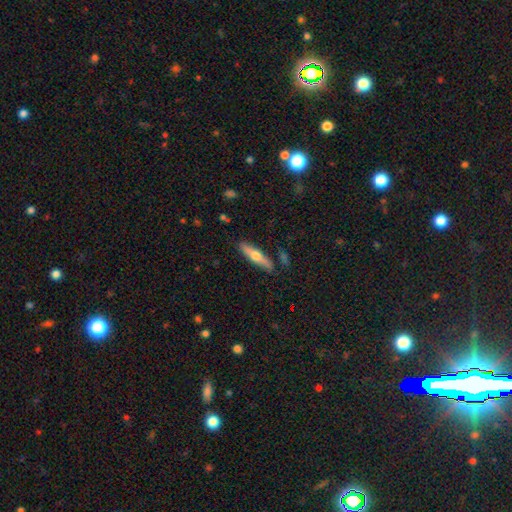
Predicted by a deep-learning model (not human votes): The model was most divided on "smooth or featured": featured or disk: 48%, smooth: 46%, star or artifact: 6%. More confident: merging — none (86%).